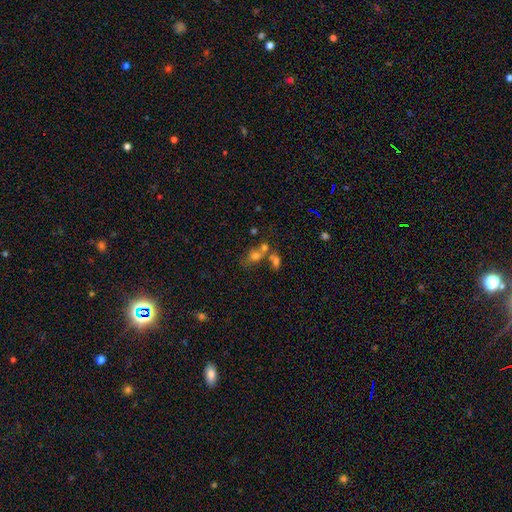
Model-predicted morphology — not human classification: smooth 60%, star or artifact 21%, featured or disk 19%. Down the decision tree: how rounded — in between (51%); merging — merger (48%).